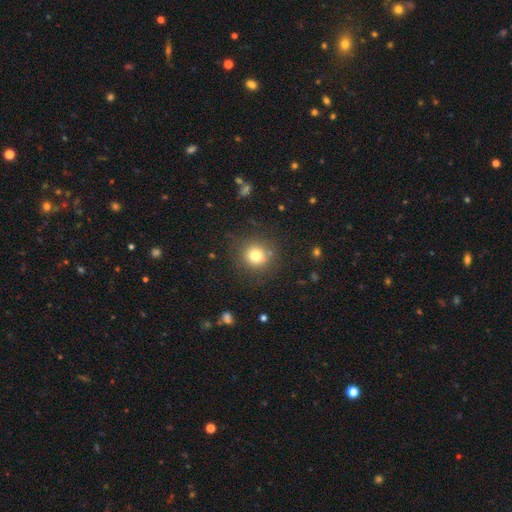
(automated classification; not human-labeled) smooth 77%, star or artifact 14%, featured or disk 9%. Down the decision tree: how rounded — round (93%); merging — none (86%).